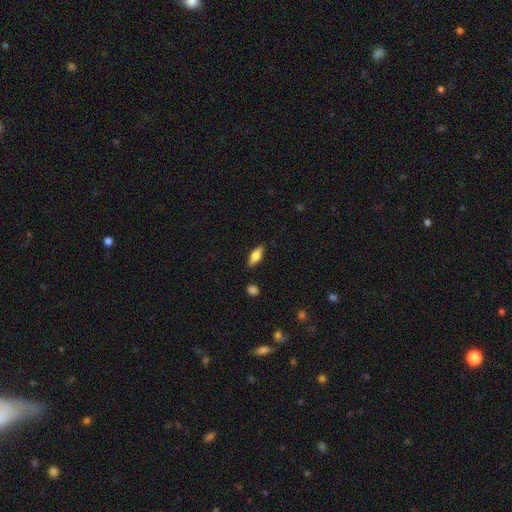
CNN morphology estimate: smooth 64%, featured or disk 30%, star or artifact 7%. Down the decision tree: how rounded — in between (71%); merging — none (86%).